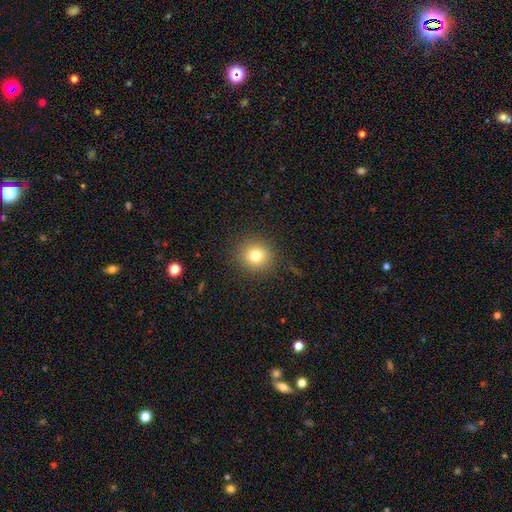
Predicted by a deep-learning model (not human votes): Smooth or featured? Predicted: smooth (p=0.79). How rounded? Predicted: round (p=0.88). Merging? Predicted: none (p=0.88).